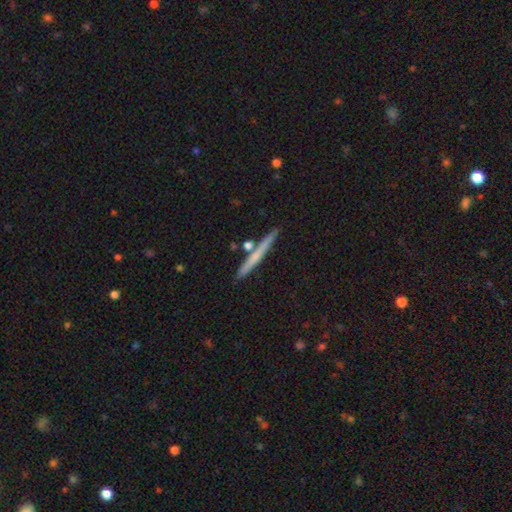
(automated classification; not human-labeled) smooth_or_featured: smooth (p=0.50) [alt: featured or disk p=0.44]
merging: none (p=0.86) [alt: minor disturbance p=0.07]